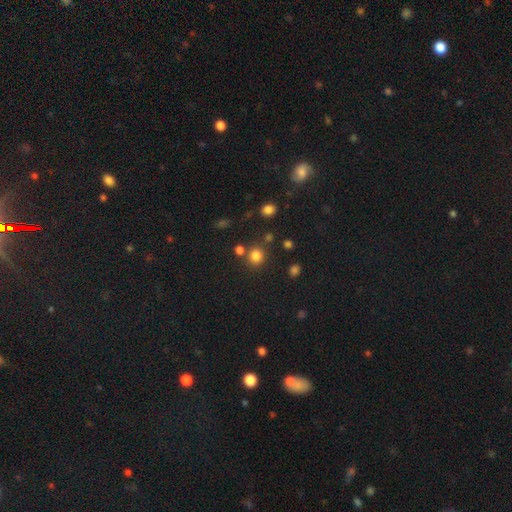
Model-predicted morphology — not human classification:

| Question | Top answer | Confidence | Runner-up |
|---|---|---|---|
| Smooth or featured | smooth | 80% | star or artifact (14%) |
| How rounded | round | 87% | in between (12%) |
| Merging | none | 76% | merger (11%) |